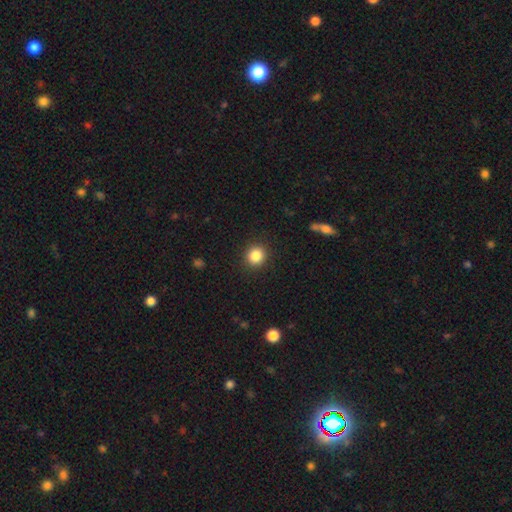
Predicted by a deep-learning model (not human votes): A smooth galaxy with no disk features (85%) that is round (89%). Merging: none (91%).